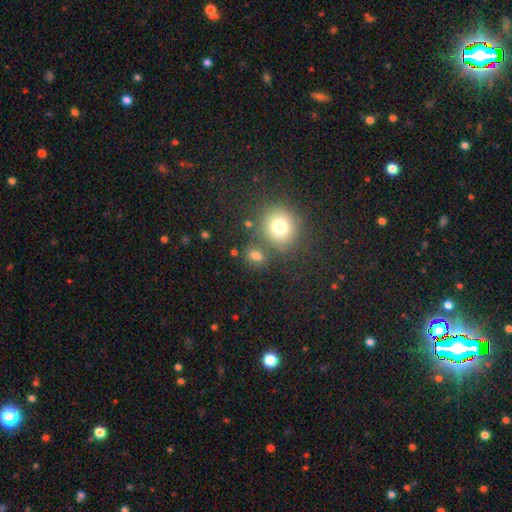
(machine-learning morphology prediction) smooth-or-featured: smooth: 74% | star or artifact: 17% | featured or disk: 9%
  how-rounded: round: 52% | in between: 46% | cigar-shaped: 2%
  merging: none: 66% | merger: 16% | minor disturbance: 12% | major disturbance: 6%